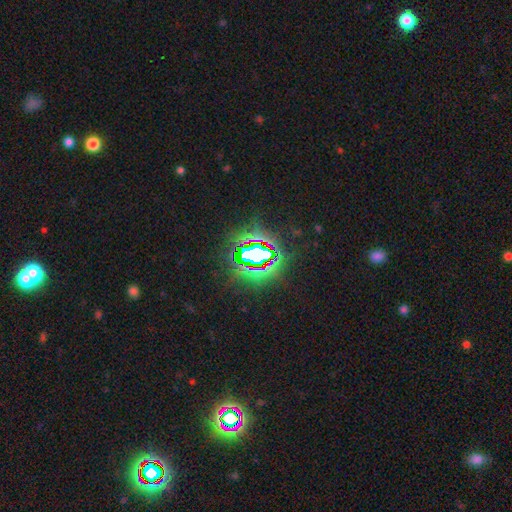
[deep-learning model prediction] This is likely a star or artifact rather than a galaxy (74%).